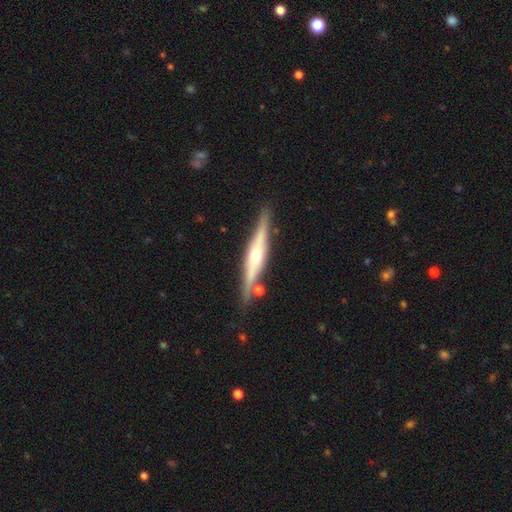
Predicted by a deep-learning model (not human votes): Smooth or featured?
  - featured or disk: 74% *
  - smooth: 20%
  - star or artifact: 6%
Edge-on disk?
  - yes: 96% *
  - no: 4%
Edge-on bulge?
  - rounded: 81% *
  - boxy: 12%
  - none: 7%
Merging?
  - none: 81% *
  - minor disturbance: 11%
  - merger: 5%
  - major disturbance: 2%